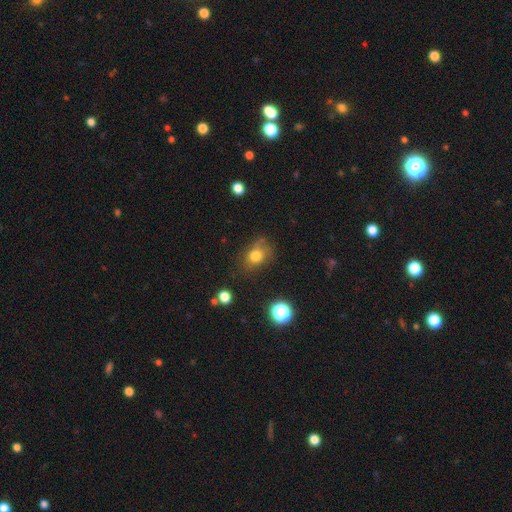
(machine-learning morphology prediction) A smooth galaxy with no disk features (75%) that is round (54%).

Vote fractions:
- Smooth or featured? smooth: 75% / star or artifact: 13% / featured or disk: 11%
- How rounded? round: 54% / in between: 45% / cigar-shaped: 1%
- Merging? none: 59% / minor disturbance: 25% / major disturbance: 12% / merger: 4%